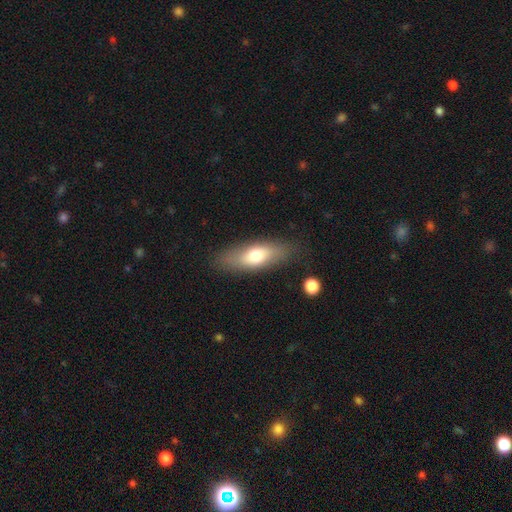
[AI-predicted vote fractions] Morphology: type=smooth (67%); roundness=in between (64%); merging=none (82%).